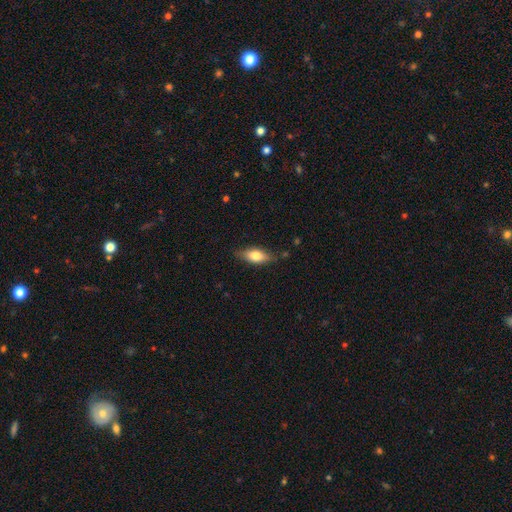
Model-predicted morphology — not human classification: smooth 71%, featured or disk 22%, star or artifact 7%. Down the decision tree: how rounded — in between (78%); merging — none (78%).